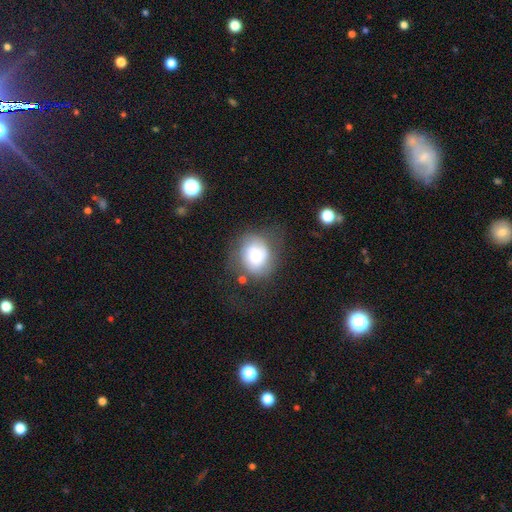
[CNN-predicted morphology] Smooth or featured? Predicted: smooth (p=0.57). How rounded? Predicted: round (p=0.71). Merging? Predicted: none (p=0.53).